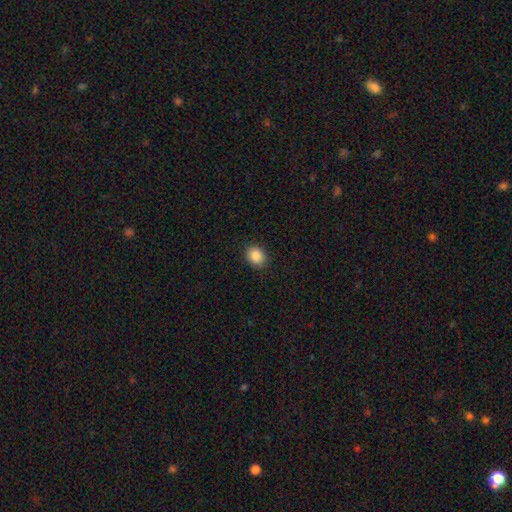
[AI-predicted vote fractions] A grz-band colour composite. It shows a smooth galaxy with no disk features (88%) that is round (55%). Merging: none (89%).